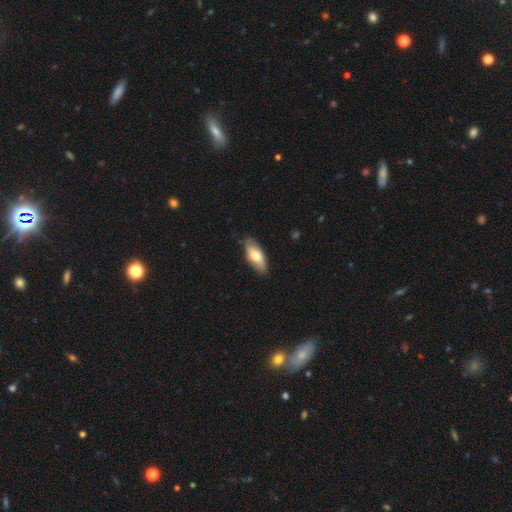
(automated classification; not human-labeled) This appears to be a smooth galaxy with no disk features (69%) that is in between round and cigar-shaped (85%). Merging: none (83%).